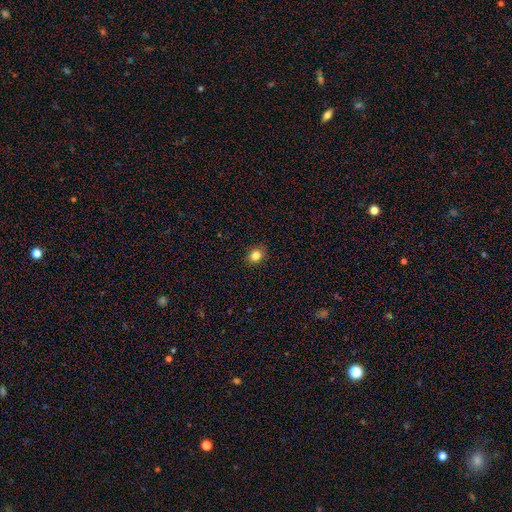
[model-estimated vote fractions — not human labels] Smooth or featured? Predicted: smooth (p=0.83). How rounded? Predicted: round (p=0.61). Merging? Predicted: none (p=0.89).